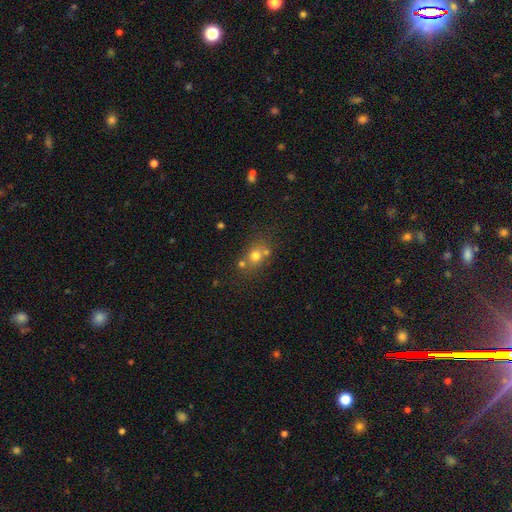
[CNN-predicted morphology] smooth-or-featured: smooth: 69% | star or artifact: 16% | featured or disk: 15%
  how-rounded: round: 69% | in between: 30% | cigar-shaped: 1%
  merging: none: 54% | merger: 29% | minor disturbance: 12% | major disturbance: 5%